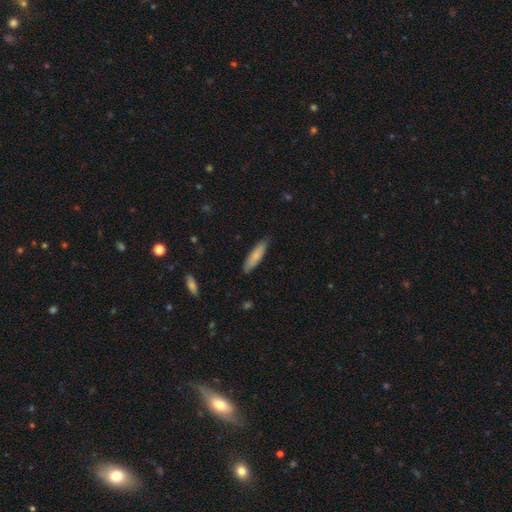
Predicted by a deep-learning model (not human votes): Q: Smooth or featured?
A: smooth (81%); runner-up: featured or disk (13%)
Q: How rounded?
A: cigar-shaped (71%); runner-up: in between (28%)
Q: Merging?
A: none (83%); runner-up: minor disturbance (13%)